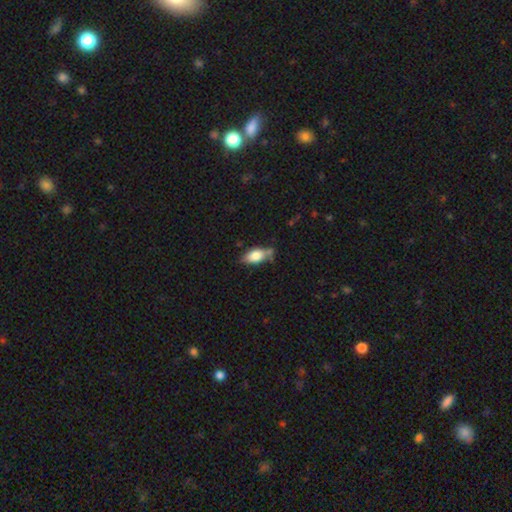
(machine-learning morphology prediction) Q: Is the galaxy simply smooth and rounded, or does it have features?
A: smooth — 77%.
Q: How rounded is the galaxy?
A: in between — 88%.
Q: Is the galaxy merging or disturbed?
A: none — 51%.